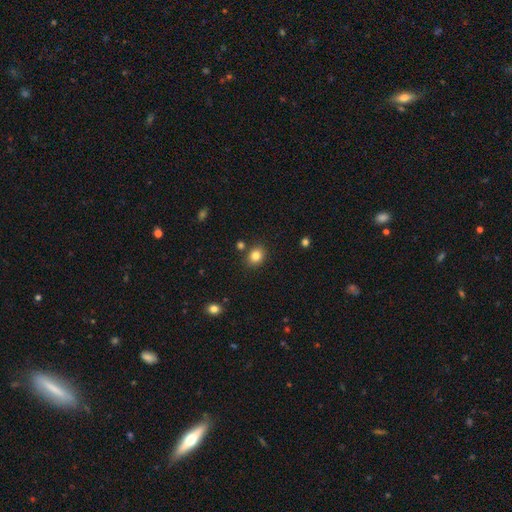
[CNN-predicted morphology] smooth 83%, star or artifact 11%, featured or disk 6%. Down the decision tree: how rounded — round (62%); merging — none (83%).